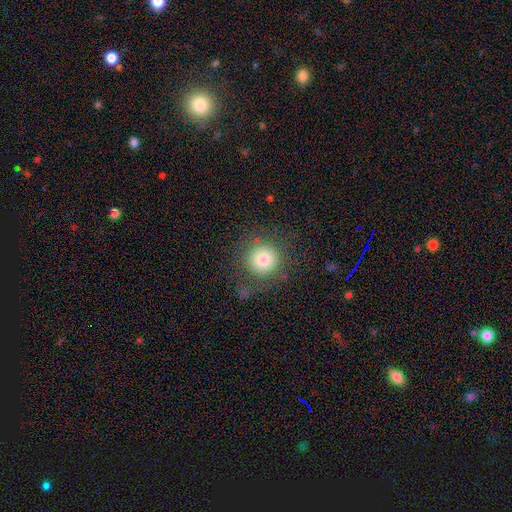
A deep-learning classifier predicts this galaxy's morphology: Smooth or featured? smooth (79%)
How rounded? round (94%)
Merging? none (80%)